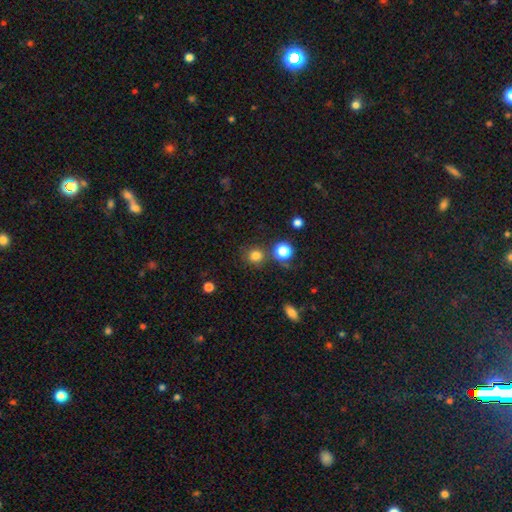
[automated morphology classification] A smooth galaxy with no disk features (80%) that is round (88%). Merging: none (78%).